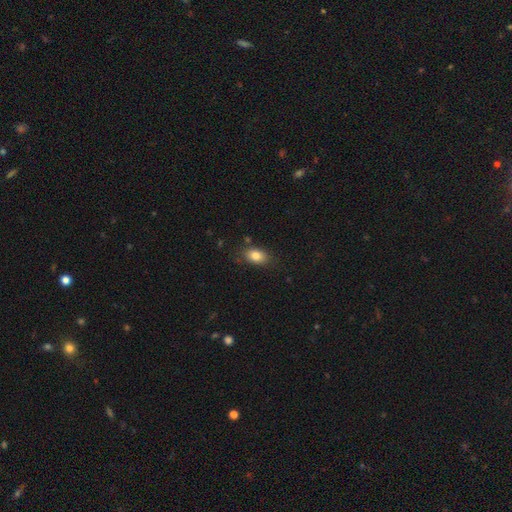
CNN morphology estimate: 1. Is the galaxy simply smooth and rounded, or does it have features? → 83% smooth, 9% featured or disk, 9% star or artifact.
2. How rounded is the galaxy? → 86% in between, 11% round, 3% cigar-shaped.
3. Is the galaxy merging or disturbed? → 81% none, 14% minor disturbance, 3% major disturbance, 2% merger.